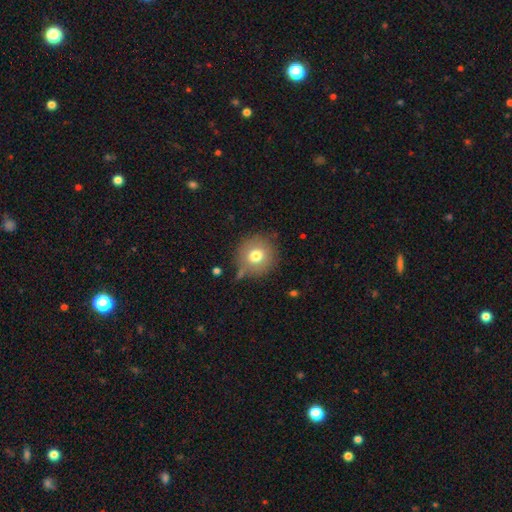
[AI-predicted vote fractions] Smooth or featured: smooth — 75% (featured or disk — 15%)
How rounded: round — 93% (in between — 7%)
Merging: none — 79% (minor disturbance — 13%)